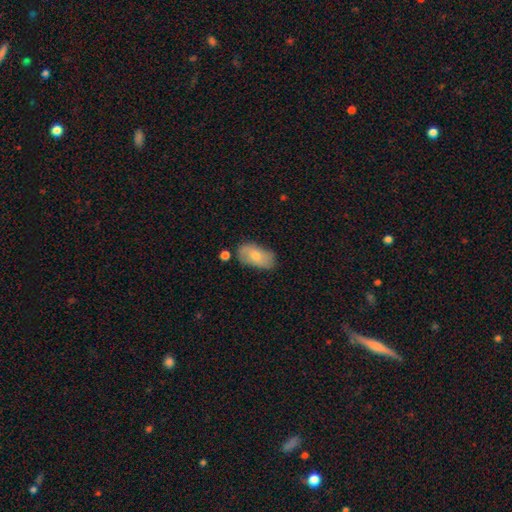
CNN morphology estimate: The model was most divided on "merging": none: 64%, minor disturbance: 25%, major disturbance: 6%, merger: 5%. More confident: how rounded — in between (92%); smooth or featured — smooth (67%).